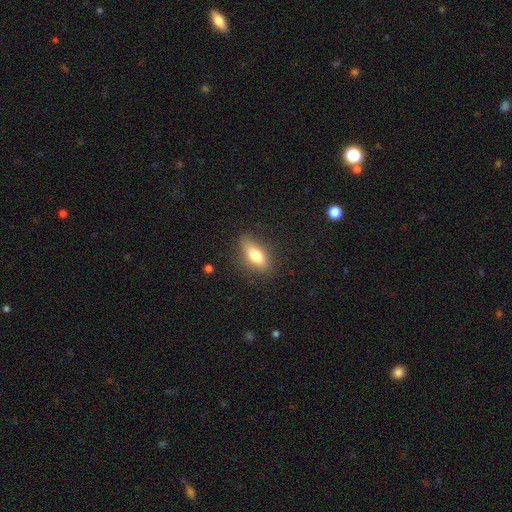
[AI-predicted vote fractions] Overall: smooth (73%). How rounded: in between (75%). Merging: none (79%).